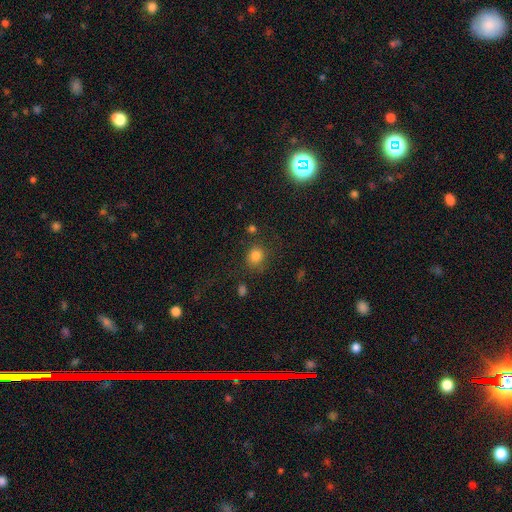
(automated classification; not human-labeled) Overall: smooth (82%). How rounded: round (77%). Merging: none (75%).